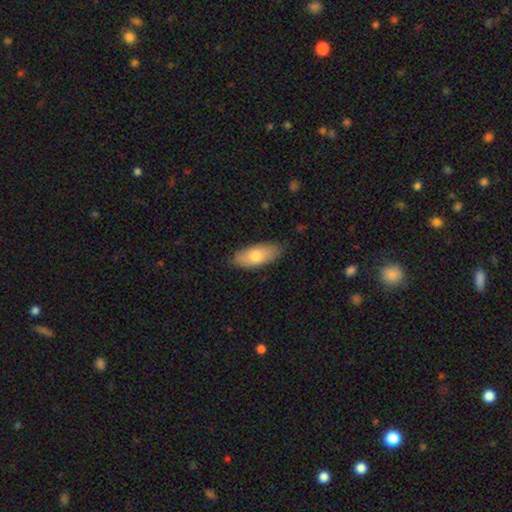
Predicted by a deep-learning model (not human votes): Smooth or featured? smooth (76%)
How rounded? in between (83%)
Merging? none (83%)